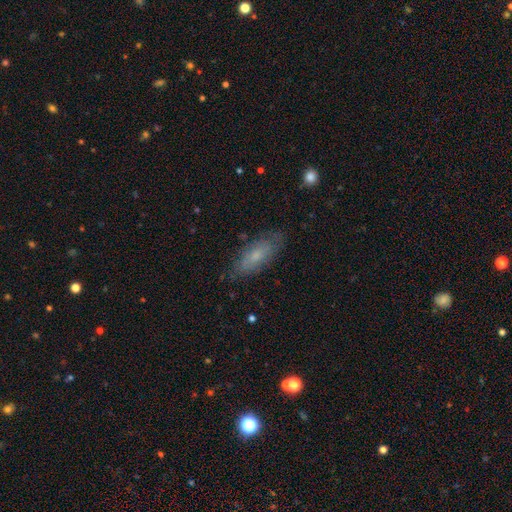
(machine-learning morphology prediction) type=smooth (55%); roundness=in between (71%); merging=none (75%).